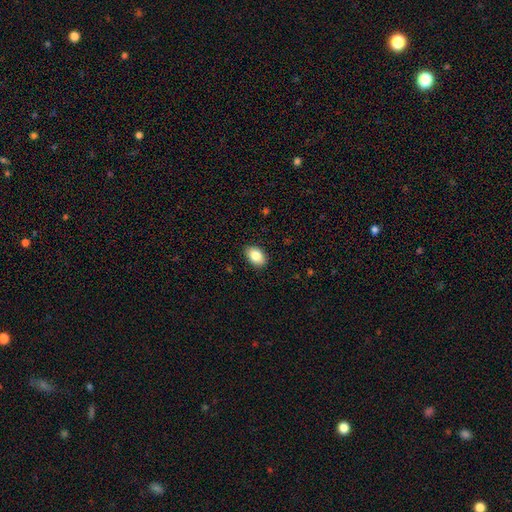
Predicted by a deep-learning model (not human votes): Morphology: type=smooth (86%); roundness=in between (89%); merging=none (89%).